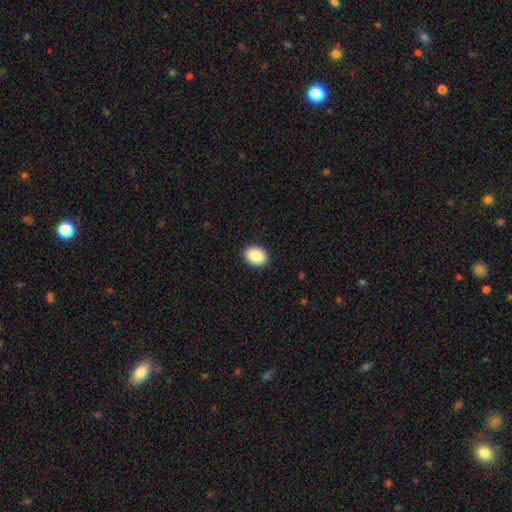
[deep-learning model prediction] This is clearly a smooth galaxy (89%). How rounded: likely in between (71%). Merging: clearly none (91%).